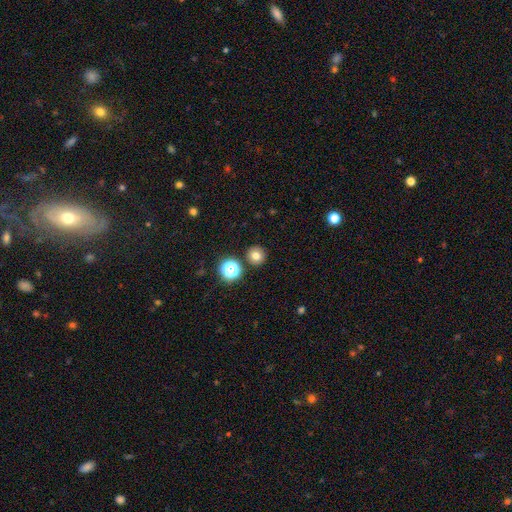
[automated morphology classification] smooth_or_featured: smooth (p=0.74) [alt: star or artifact p=0.17]
how_rounded: round (p=0.93) [alt: in between p=0.06]
merging: none (p=0.88) [alt: minor disturbance p=0.06]